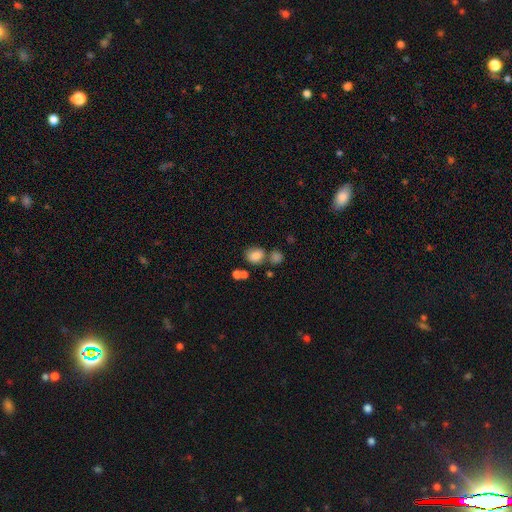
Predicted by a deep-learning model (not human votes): smooth-or-featured: smooth: 81% | star or artifact: 11% | featured or disk: 8%
  how-rounded: round: 56% | in between: 43% | cigar-shaped: 1%
  merging: none: 58% | merger: 22% | minor disturbance: 14% | major disturbance: 6%